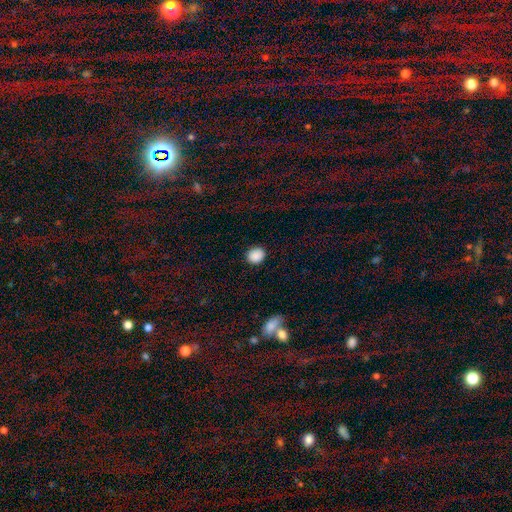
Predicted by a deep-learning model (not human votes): Smooth or featured: smooth — 89% (star or artifact — 9%)
How rounded: round — 78% (in between — 21%)
Merging: none — 89% (minor disturbance — 7%)